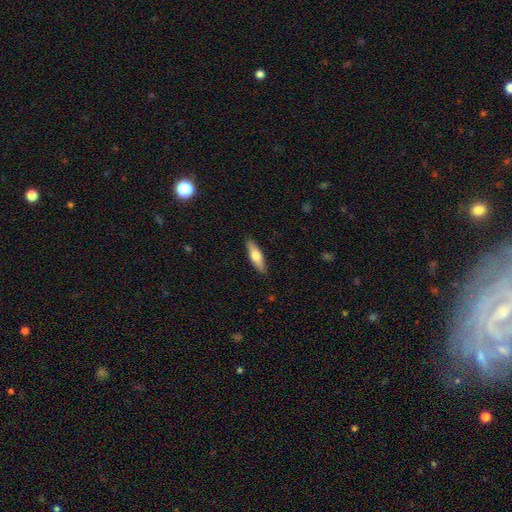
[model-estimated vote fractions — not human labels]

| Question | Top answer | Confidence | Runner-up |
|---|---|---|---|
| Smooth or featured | smooth | 65% | featured or disk (29%) |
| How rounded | cigar-shaped | 57% | in between (41%) |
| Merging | none | 88% | minor disturbance (9%) |